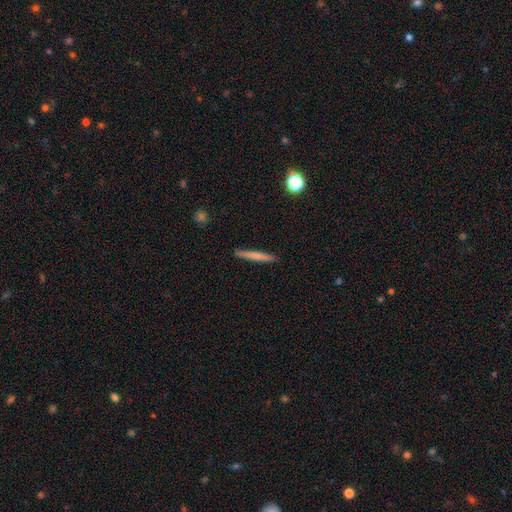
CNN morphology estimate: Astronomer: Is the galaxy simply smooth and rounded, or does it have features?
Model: smooth — 69%.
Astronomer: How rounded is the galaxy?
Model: cigar-shaped — 96%.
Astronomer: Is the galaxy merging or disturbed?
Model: none — 91%.